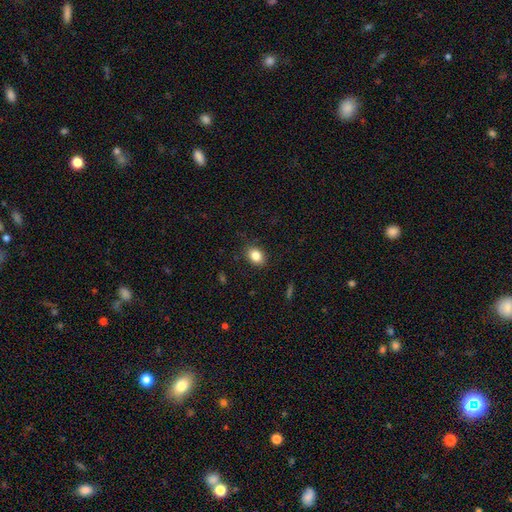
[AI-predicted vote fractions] A smooth galaxy with no disk features (84%) that is in between round and cigar-shaped (66%).

Vote fractions:
- Smooth or featured? smooth: 84% / star or artifact: 9% / featured or disk: 7%
- How rounded? in between: 66% / round: 33% / cigar-shaped: 1%
- Merging? none: 85% / minor disturbance: 12% / major disturbance: 3% / merger: 1%